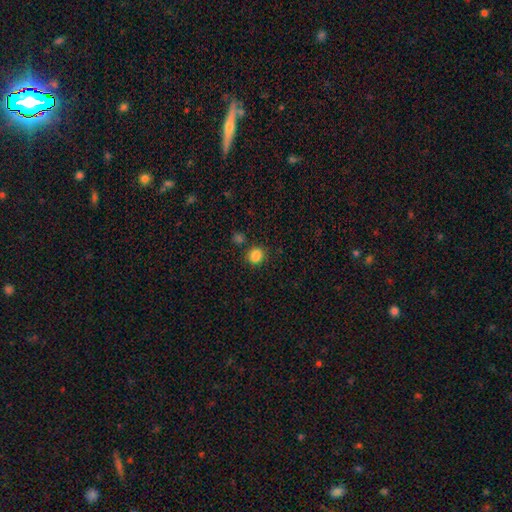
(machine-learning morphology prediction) This appears to be a smooth galaxy with no disk features (84%) that is round (67%). Merging: none (79%).